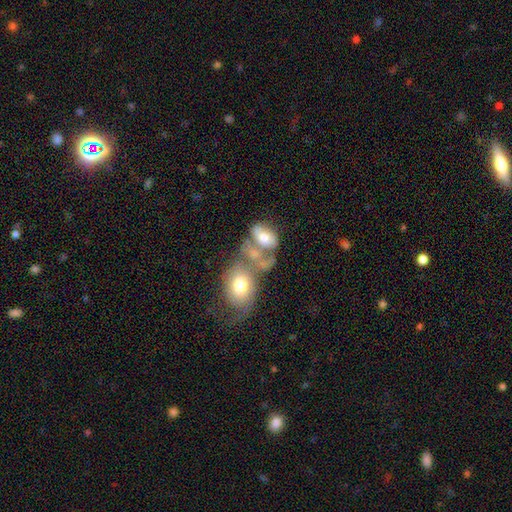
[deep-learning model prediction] Smooth or featured?
  - smooth: 52% *
  - featured or disk: 38%
  - star or artifact: 10%
How rounded?
  - in between: 76% *
  - round: 22%
  - cigar-shaped: 2%
Merging?
  - merger: 59% *
  - none: 18%
  - major disturbance: 13%
  - minor disturbance: 10%